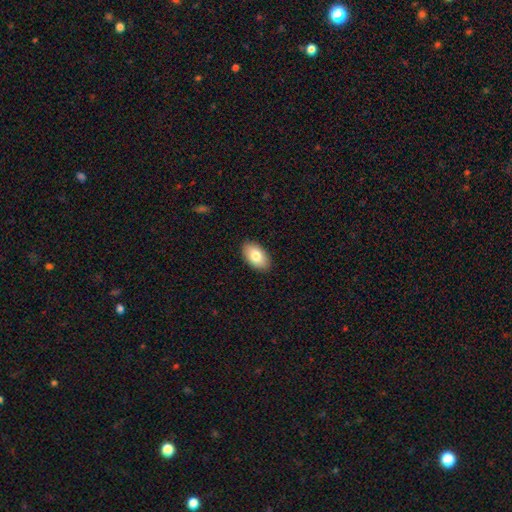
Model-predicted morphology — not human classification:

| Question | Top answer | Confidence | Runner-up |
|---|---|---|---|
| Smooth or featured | smooth | 81% | featured or disk (12%) |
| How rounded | in between | 94% | round (4%) |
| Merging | none | 90% | minor disturbance (8%) |